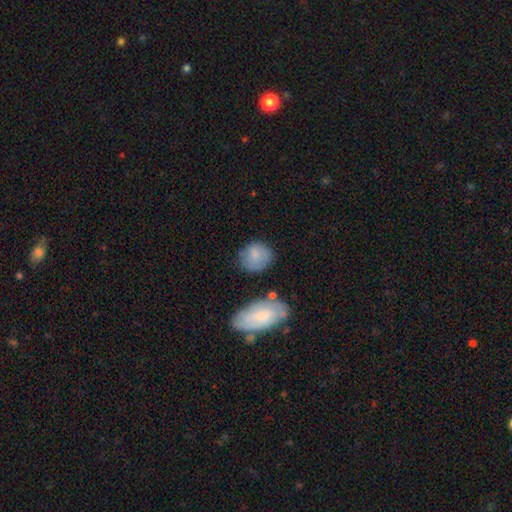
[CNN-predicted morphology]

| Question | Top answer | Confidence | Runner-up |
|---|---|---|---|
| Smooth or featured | smooth | 82% | featured or disk (12%) |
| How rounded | round | 70% | in between (29%) |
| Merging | none | 67% | minor disturbance (20%) |